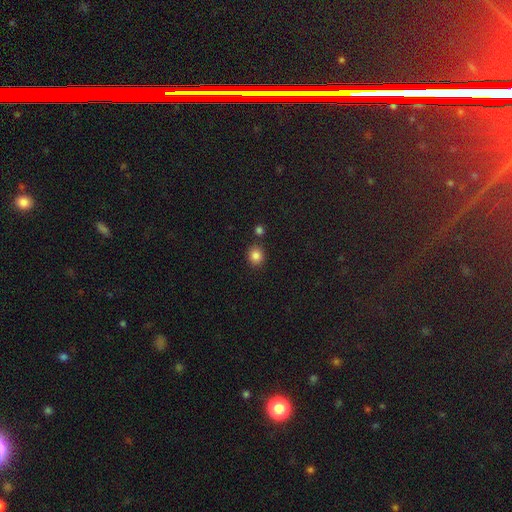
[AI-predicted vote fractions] smooth-or-featured: smooth: 85% | star or artifact: 11% | featured or disk: 4%
  how-rounded: round: 78% | in between: 21% | cigar-shaped: 1%
  merging: none: 80% | minor disturbance: 9% | merger: 9% | major disturbance: 3%